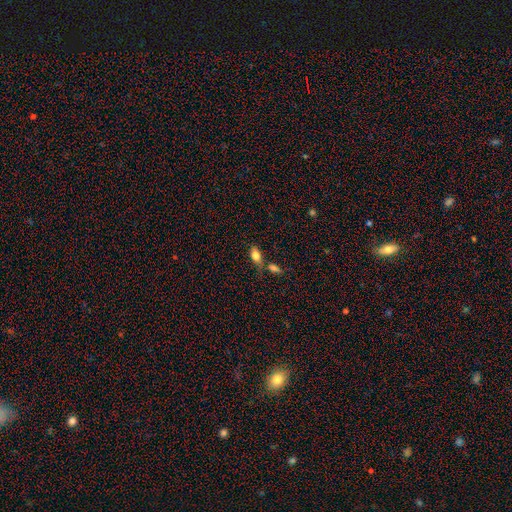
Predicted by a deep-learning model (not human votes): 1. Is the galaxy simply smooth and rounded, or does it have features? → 80% smooth, 11% featured or disk, 9% star or artifact.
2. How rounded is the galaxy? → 88% in between, 7% cigar-shaped, 5% round.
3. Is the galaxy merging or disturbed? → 57% none, 24% merger, 14% minor disturbance, 5% major disturbance.